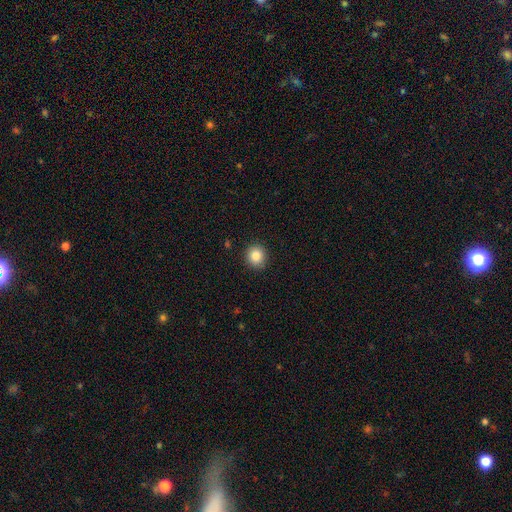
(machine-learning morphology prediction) This appears to be a smooth galaxy with no disk features (84%) that is round (89%). Merging: none (91%).